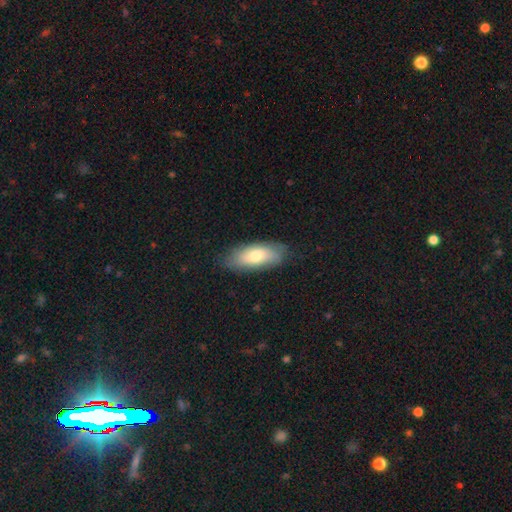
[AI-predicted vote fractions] smooth 68%, featured or disk 26%, star or artifact 6%. Down the decision tree: how rounded — in between (82%); merging — none (79%).